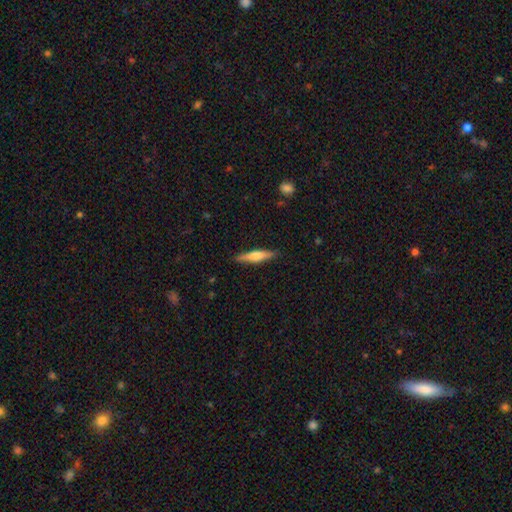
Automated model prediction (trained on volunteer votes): Smooth or featured? smooth (53%)
How rounded? cigar-shaped (86%)
Merging? none (88%)